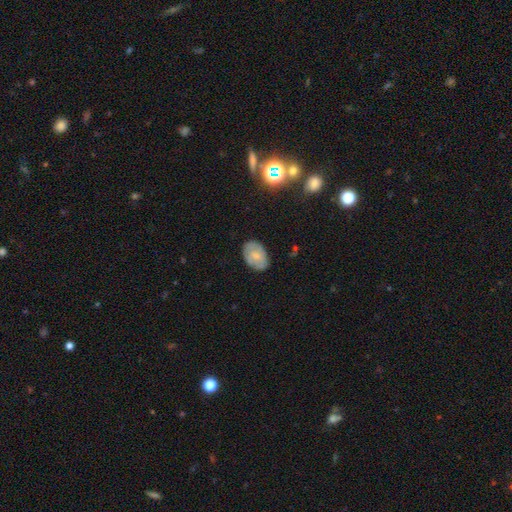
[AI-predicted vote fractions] smooth-or-featured: smooth: 59% | featured or disk: 34% | star or artifact: 8%
  how-rounded: in between: 85% | round: 14% | cigar-shaped: 1%
  merging: none: 76% | minor disturbance: 19% | major disturbance: 4% | merger: 1%